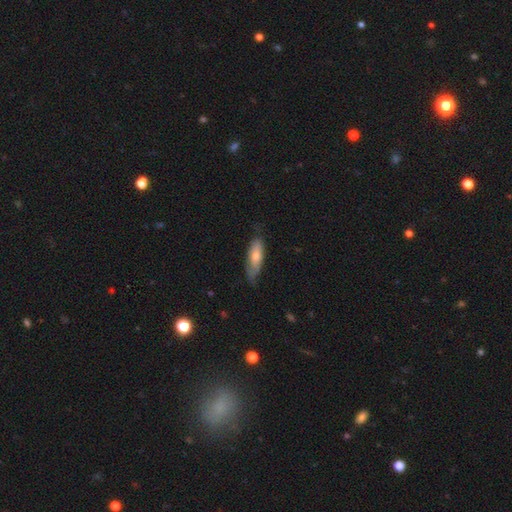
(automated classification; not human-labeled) A smooth galaxy with no disk features (59%) that is in between round and cigar-shaped (55%). Merging: none (67%).